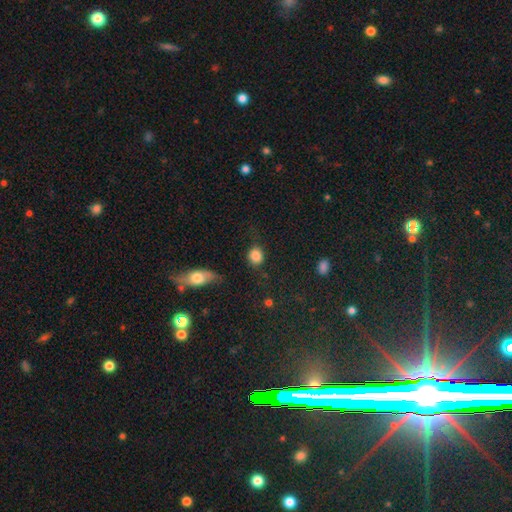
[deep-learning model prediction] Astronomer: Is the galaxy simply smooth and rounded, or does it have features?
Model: smooth — 84%.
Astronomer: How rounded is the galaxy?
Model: round — 69%.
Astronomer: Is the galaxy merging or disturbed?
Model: none — 74%.